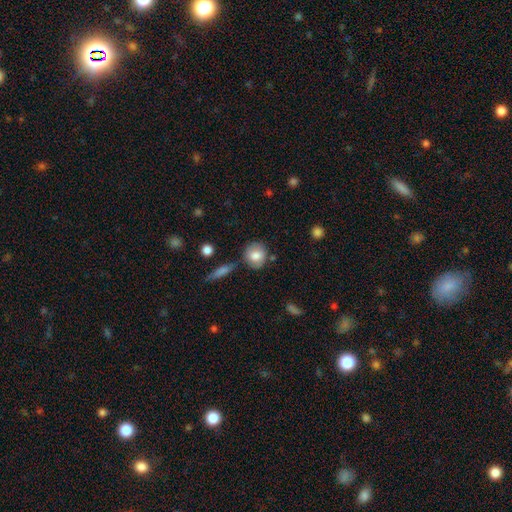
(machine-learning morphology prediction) type=smooth (78%); roundness=round (80%); merging=none (74%).